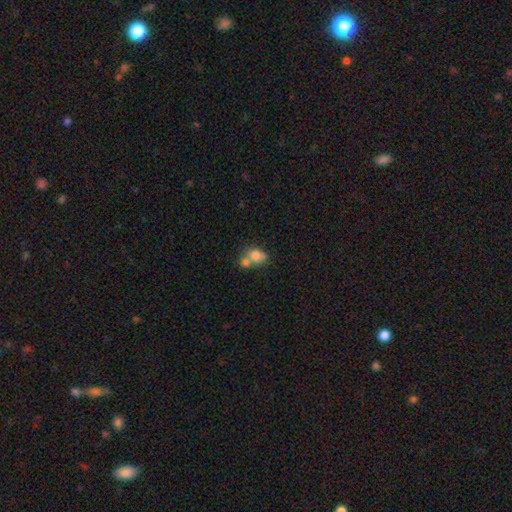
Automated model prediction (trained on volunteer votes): Smooth or featured? Predicted: smooth (p=0.75). How rounded? Predicted: in between (p=0.61). Merging? Predicted: merger (p=0.55).